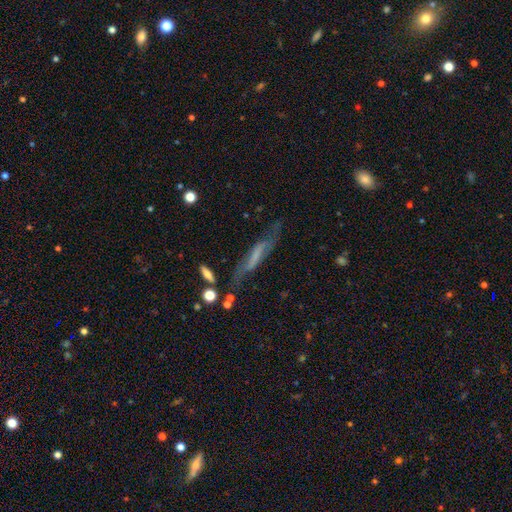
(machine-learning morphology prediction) Q: Smooth or featured?
A: featured or disk (58%); runner-up: smooth (32%)
Q: Edge-on disk?
A: yes (51%); runner-up: no (49%)
Q: Merging?
A: none (57%); runner-up: minor disturbance (22%)